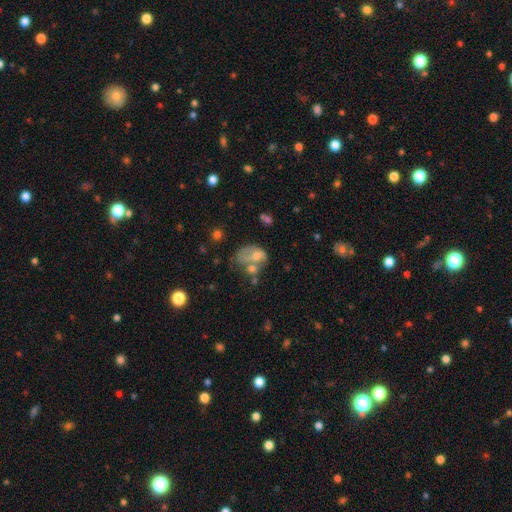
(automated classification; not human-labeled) smooth-or-featured: smooth: 46% | featured or disk: 39% | star or artifact: 15%
  merging: merger: 30% | none: 26% | major disturbance: 25% | minor disturbance: 19%